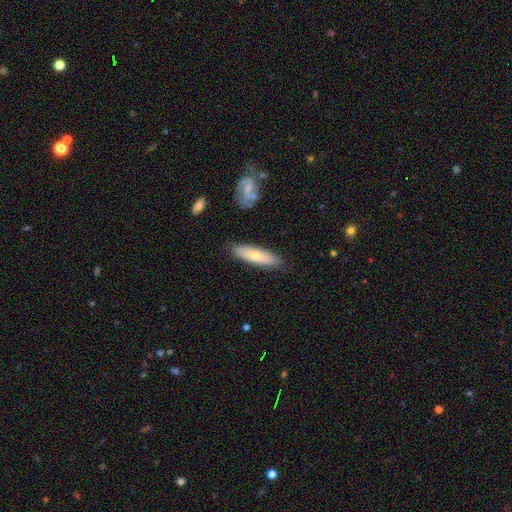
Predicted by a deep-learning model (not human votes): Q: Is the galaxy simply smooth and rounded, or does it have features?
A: smooth — 65%.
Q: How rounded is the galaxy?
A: cigar-shaped — 58%.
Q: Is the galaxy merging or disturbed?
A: none — 83%.